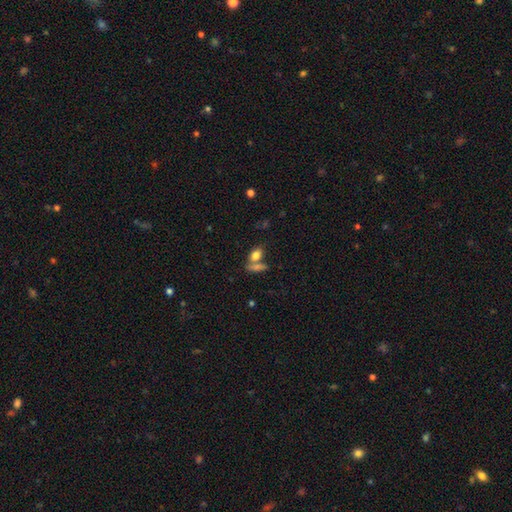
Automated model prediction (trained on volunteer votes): smooth_or_featured: smooth (p=0.79) [alt: featured or disk p=0.12]
how_rounded: in between (p=0.78) [alt: round p=0.15]
merging: none (p=0.45) [alt: merger p=0.40]